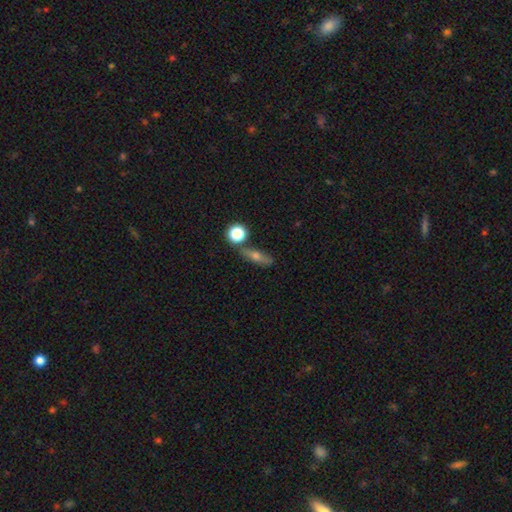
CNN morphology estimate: A smooth galaxy with no disk features (58%) that is in between round and cigar-shaped (42%). Merging: none (70%).